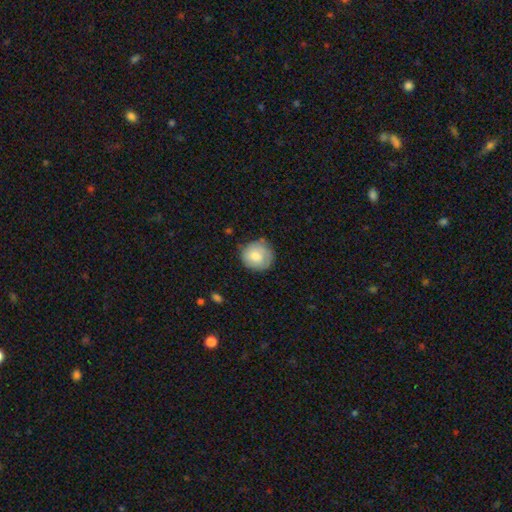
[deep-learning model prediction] Smooth or featured?
  - smooth: 74% *
  - featured or disk: 19%
  - star or artifact: 7%
How rounded?
  - round: 88% *
  - in between: 11%
  - cigar-shaped: 1%
Merging?
  - none: 74% *
  - minor disturbance: 20%
  - major disturbance: 5%
  - merger: 2%